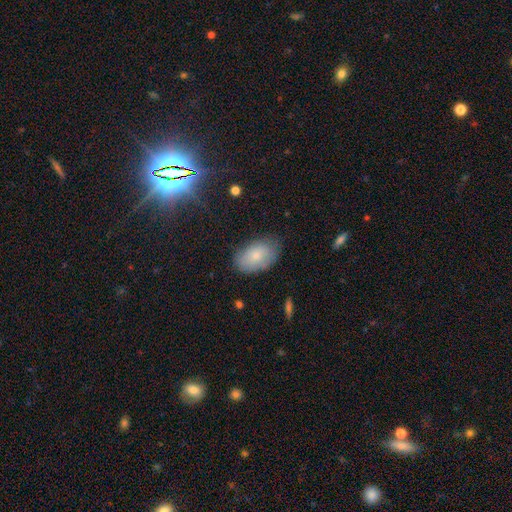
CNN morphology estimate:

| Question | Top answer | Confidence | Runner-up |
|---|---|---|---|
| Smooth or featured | smooth | 77% | featured or disk (16%) |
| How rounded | in between | 92% | round (7%) |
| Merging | none | 74% | minor disturbance (20%) |